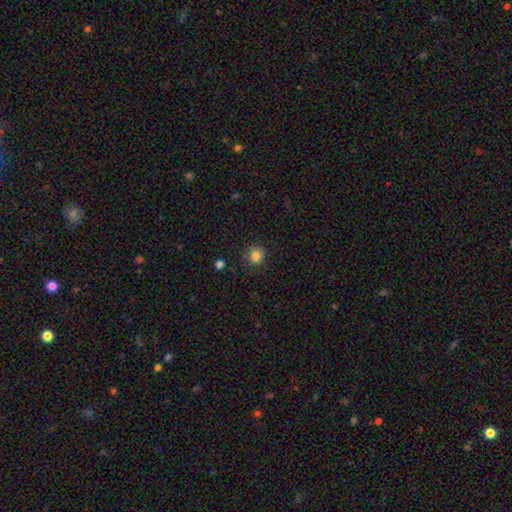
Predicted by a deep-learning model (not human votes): The model was most divided on "how rounded": round: 84%, in between: 15%, cigar-shaped: 1%. More confident: smooth or featured — smooth (83%); merging — none (82%).